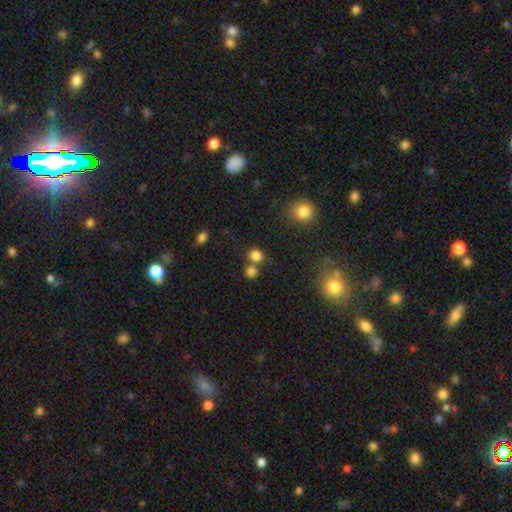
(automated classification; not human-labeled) smooth-or-featured: smooth: 80% | star or artifact: 14% | featured or disk: 6%
  how-rounded: round: 76% | in between: 23% | cigar-shaped: 1%
  merging: none: 59% | merger: 29% | minor disturbance: 8% | major disturbance: 3%